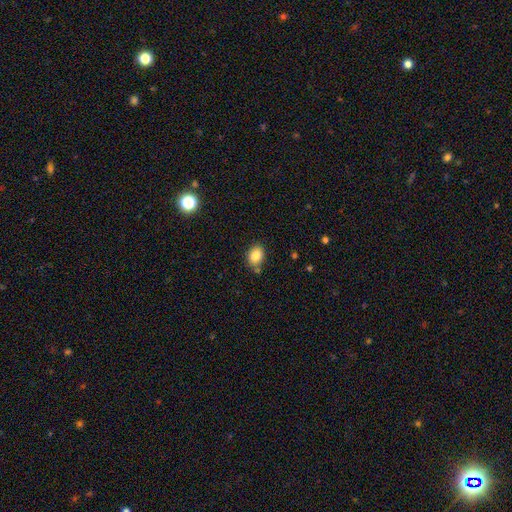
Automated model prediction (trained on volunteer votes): This appears to be a smooth galaxy with no disk features (85%) that is in between round and cigar-shaped (68%). Merging: none (73%).